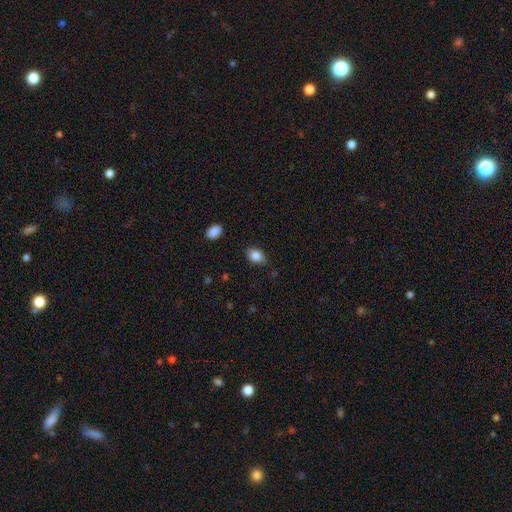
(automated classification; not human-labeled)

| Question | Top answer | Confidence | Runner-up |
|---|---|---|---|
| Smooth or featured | smooth | 85% | star or artifact (9%) |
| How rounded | in between | 81% | round (17%) |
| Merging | none | 78% | minor disturbance (17%) |